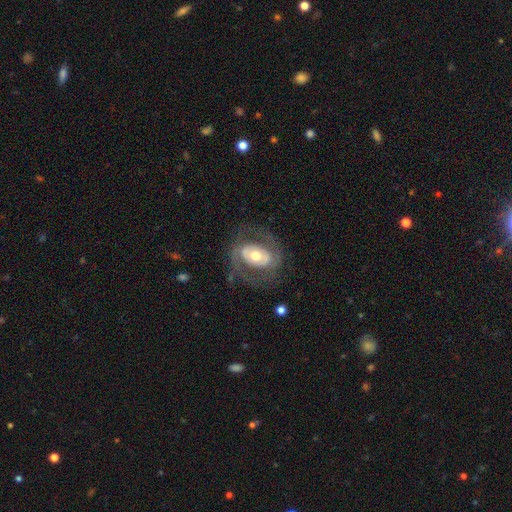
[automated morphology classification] Smooth or featured? Predicted: featured or disk (p=0.71). Edge-on disk? Predicted: no (p=0.95). Bar? Predicted: no (p=0.53). Spiral arms? Predicted: yes (p=0.63). Bulge size? Predicted: moderate (p=0.66). Merging? Predicted: none (p=0.68).